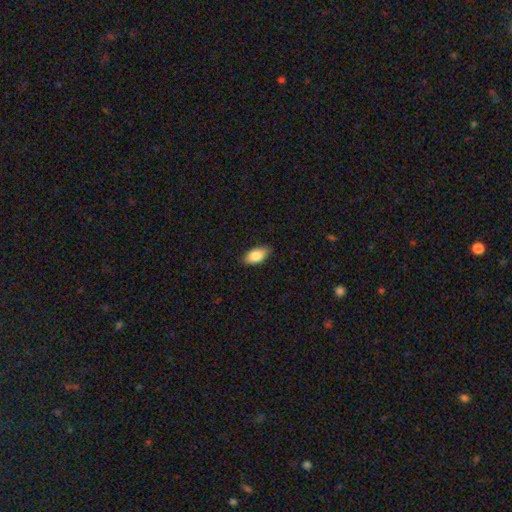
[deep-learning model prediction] Smooth or featured? smooth (85%)
How rounded? in between (93%)
Merging? none (86%)